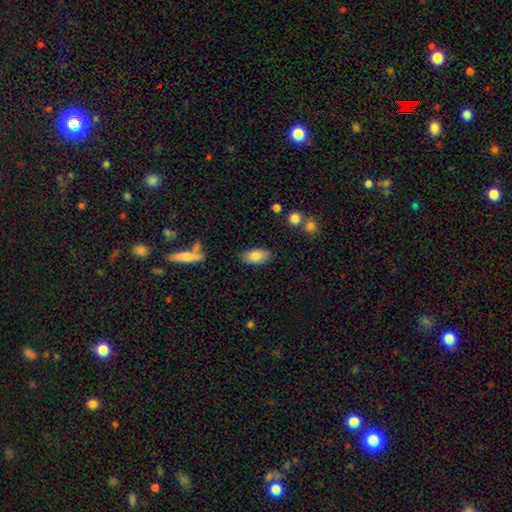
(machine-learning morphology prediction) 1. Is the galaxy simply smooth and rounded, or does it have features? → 82% smooth, 11% featured or disk, 7% star or artifact.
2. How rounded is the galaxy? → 91% in between, 6% cigar-shaped, 3% round.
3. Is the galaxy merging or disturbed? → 83% none, 12% minor disturbance, 3% major disturbance, 3% merger.